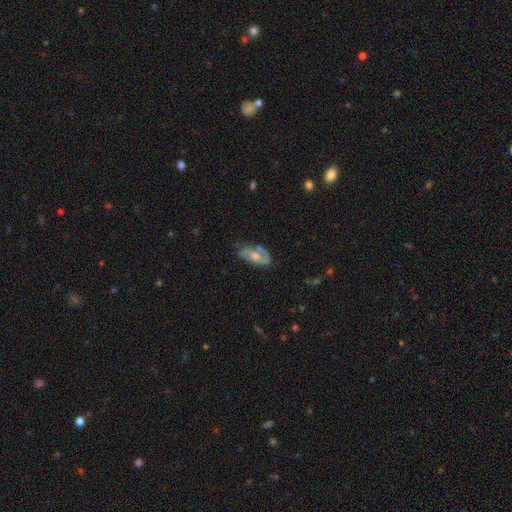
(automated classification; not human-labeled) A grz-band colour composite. It shows a featured or disk galaxy (58%) with no bar (67%), spiral arms (76%) and a moderate central bulge (52%). Merging: none (48%).